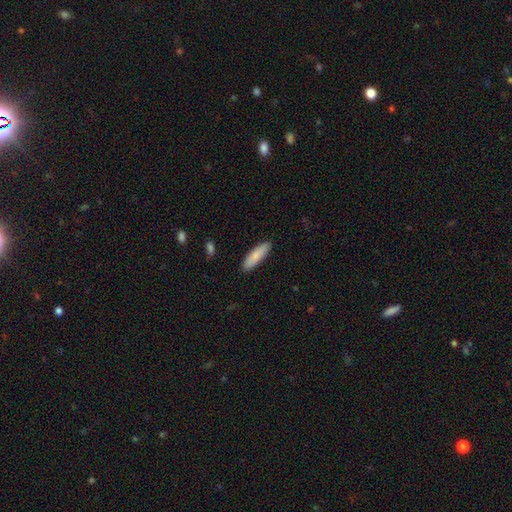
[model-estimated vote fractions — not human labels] smooth-or-featured: smooth: 83% | featured or disk: 11% | star or artifact: 5%
  how-rounded: cigar-shaped: 62% | in between: 37% | round: 1%
  merging: none: 89% | minor disturbance: 9% | major disturbance: 2% | merger: 1%